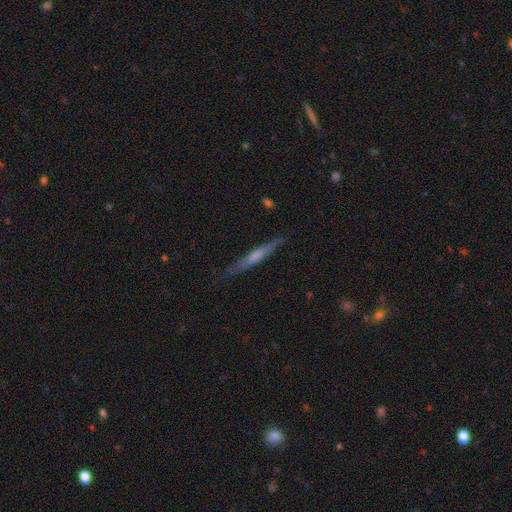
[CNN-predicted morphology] smooth-or-featured: featured or disk: 55% | smooth: 38% | star or artifact: 7%
  disk-edge-on: yes: 95% | no: 5%
    edge-on-bulge: none: 45% | rounded: 40% | boxy: 15%
  merging: none: 84% | minor disturbance: 12% | major disturbance: 2% | merger: 1%